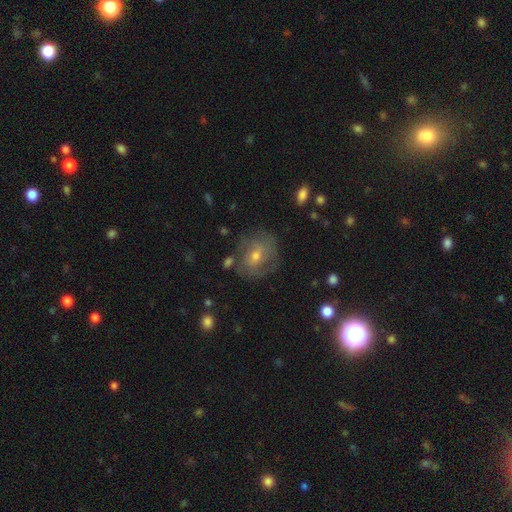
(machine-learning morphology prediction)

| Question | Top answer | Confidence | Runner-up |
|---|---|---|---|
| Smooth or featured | featured or disk | 60% | smooth (29%) |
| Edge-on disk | no | 96% | yes (4%) |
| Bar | no | 57% | weak (35%) |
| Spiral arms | yes | 73% | no (27%) |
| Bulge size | moderate | 54% | small (41%) |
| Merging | none | 68% | minor disturbance (19%) |